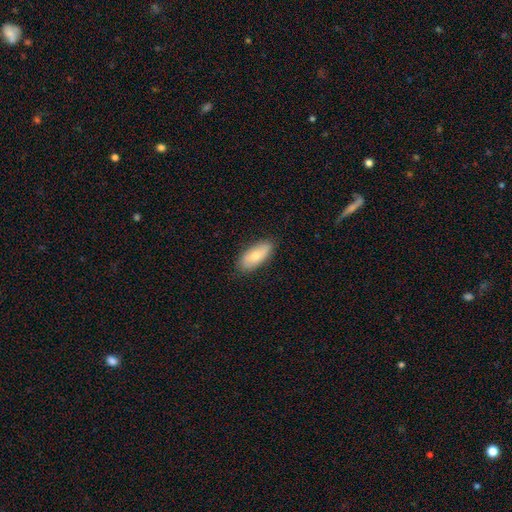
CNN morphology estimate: Smooth or featured? smooth (72%)
How rounded? in between (84%)
Merging? none (84%)